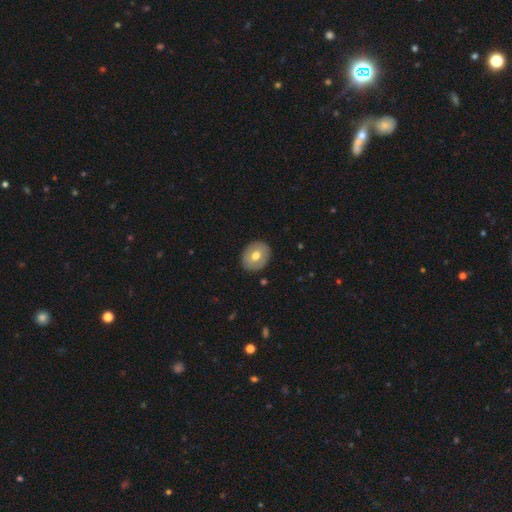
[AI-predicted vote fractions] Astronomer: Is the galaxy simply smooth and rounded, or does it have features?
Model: smooth — 64%.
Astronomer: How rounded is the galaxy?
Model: round — 61% (runner-up: in between, 38%).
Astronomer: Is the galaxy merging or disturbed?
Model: none — 88%.